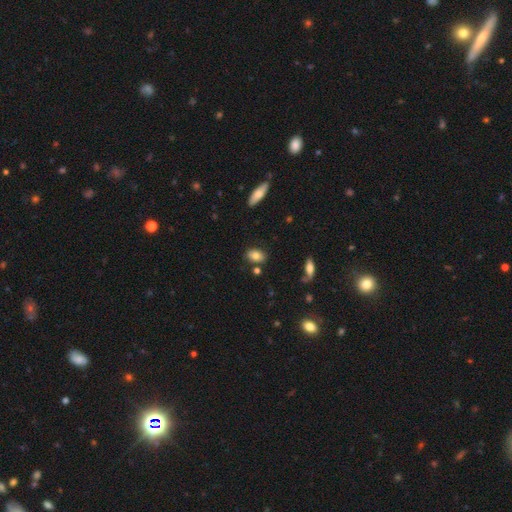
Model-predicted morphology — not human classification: A smooth galaxy with no disk features (81%) that is in between round and cigar-shaped (84%). Merging: none (79%).